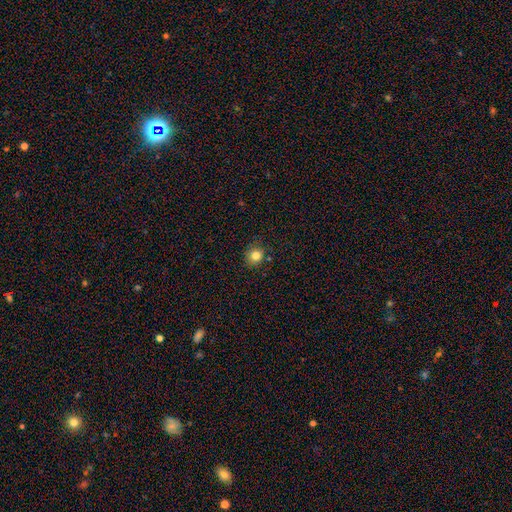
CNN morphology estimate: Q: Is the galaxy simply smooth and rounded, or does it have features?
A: smooth — 82%.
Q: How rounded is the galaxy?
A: round — 86%.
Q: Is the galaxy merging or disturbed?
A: none — 84%.